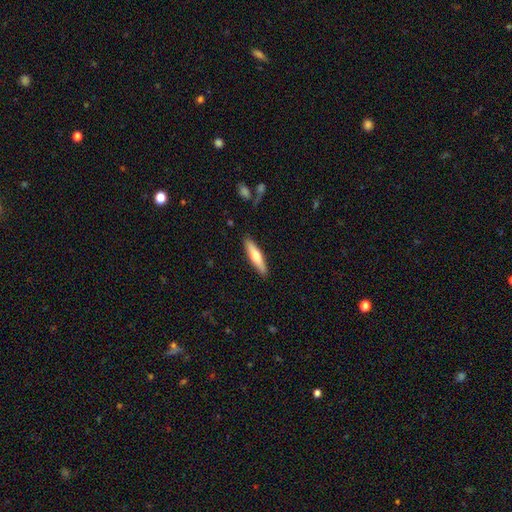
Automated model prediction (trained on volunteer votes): Smooth or featured?
  - smooth: 57% *
  - featured or disk: 38%
  - star or artifact: 5%
How rounded?
  - cigar-shaped: 79% *
  - in between: 20%
  - round: 2%
Merging?
  - none: 89% *
  - minor disturbance: 8%
  - major disturbance: 2%
  - merger: 1%